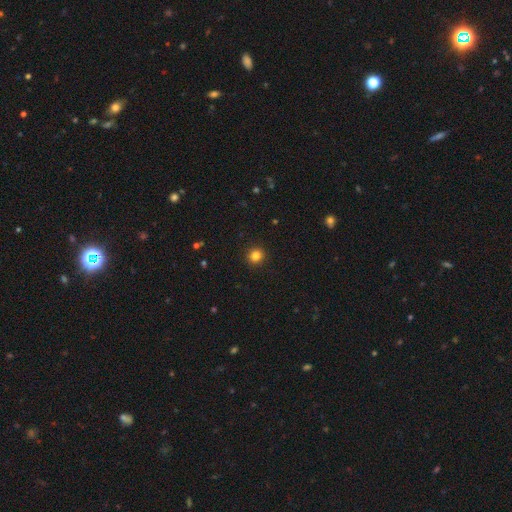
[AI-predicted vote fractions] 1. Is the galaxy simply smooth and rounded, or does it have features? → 83% smooth, 12% star or artifact, 5% featured or disk.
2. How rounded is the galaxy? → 93% round, 6% in between, 1% cigar-shaped.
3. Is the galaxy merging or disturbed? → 93% none, 5% minor disturbance, 2% major disturbance, 1% merger.